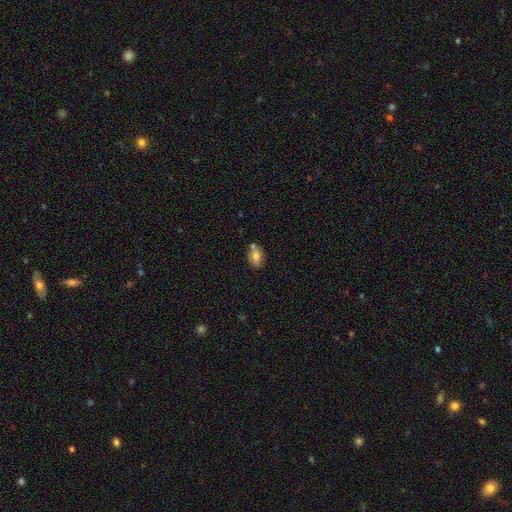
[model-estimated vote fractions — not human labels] Morphology: type=smooth (73%); roundness=in between (85%); merging=none (66%).